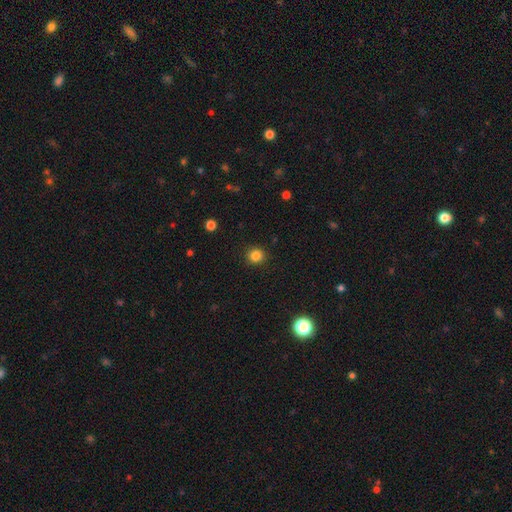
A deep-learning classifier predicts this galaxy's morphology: Q: Smooth or featured?
A: smooth (84%); runner-up: star or artifact (12%)
Q: How rounded?
A: round (91%); runner-up: in between (8%)
Q: Merging?
A: none (91%); runner-up: minor disturbance (6%)